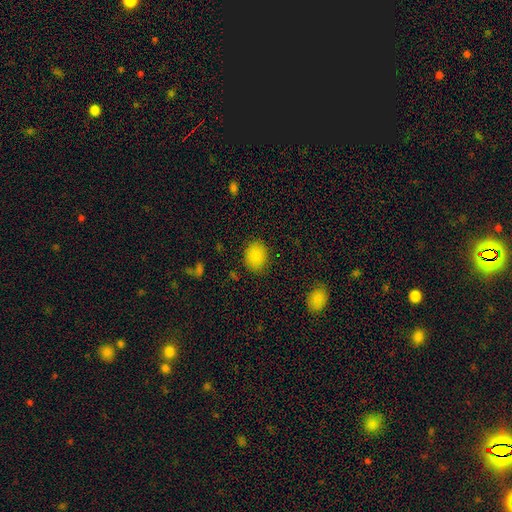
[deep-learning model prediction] The model was most divided on "how rounded": round: 53%, in between: 47%, cigar-shaped: 1%. More confident: merging — none (85%); smooth or featured — smooth (84%).